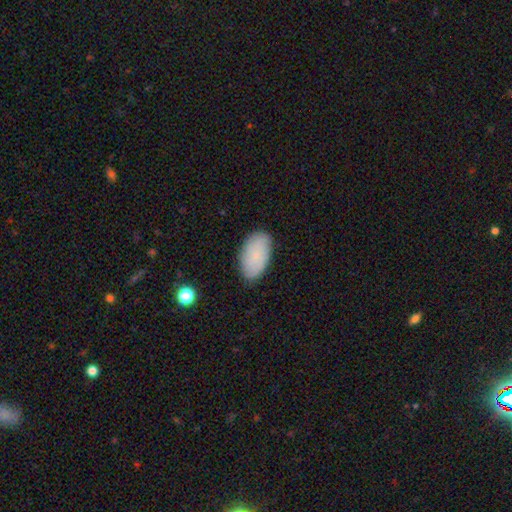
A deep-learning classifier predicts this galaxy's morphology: Smooth or featured? smooth (79%)
How rounded? in between (95%)
Merging? none (84%)